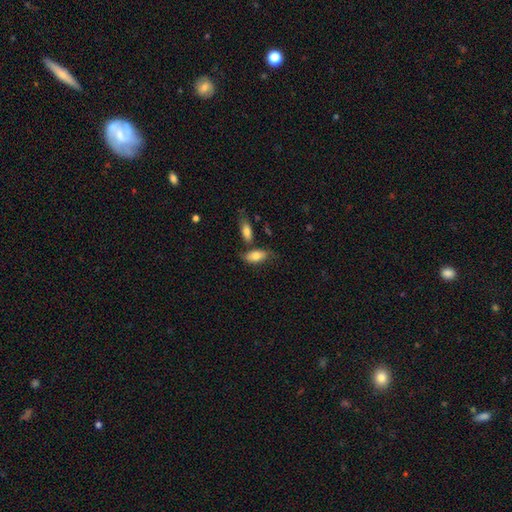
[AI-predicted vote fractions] Smooth or featured?
  - smooth: 79% *
  - featured or disk: 14%
  - star or artifact: 7%
How rounded?
  - in between: 89% *
  - cigar-shaped: 8%
  - round: 3%
Merging?
  - none: 56% *
  - minor disturbance: 19%
  - merger: 18%
  - major disturbance: 6%